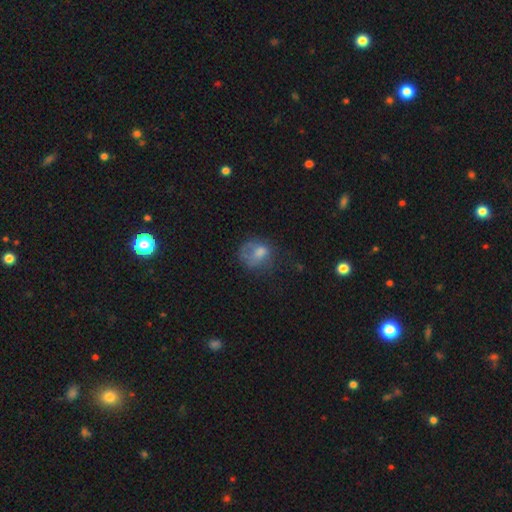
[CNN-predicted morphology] A smooth galaxy with no disk features (59%) that is round (64%). Merging: none (38%).